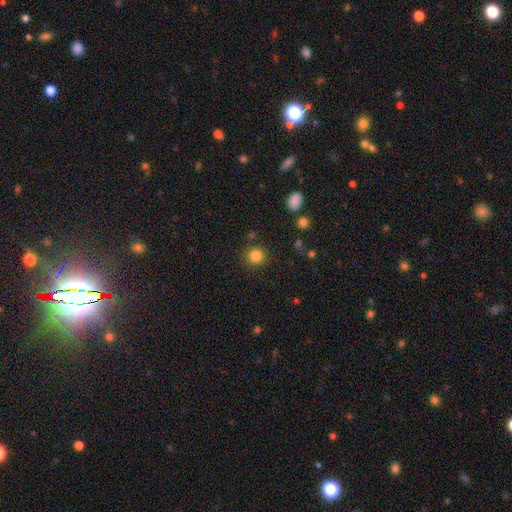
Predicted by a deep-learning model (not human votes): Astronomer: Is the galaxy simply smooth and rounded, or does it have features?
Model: smooth — 84%.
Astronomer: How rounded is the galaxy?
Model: round — 91%.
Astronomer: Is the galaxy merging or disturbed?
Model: none — 87%.